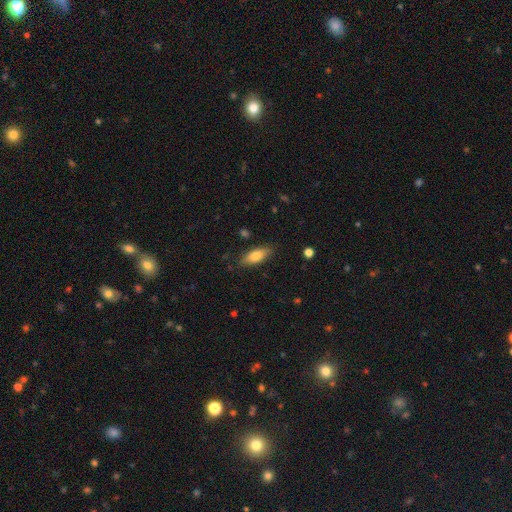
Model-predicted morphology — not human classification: Smooth or featured? smooth (76%)
How rounded? in between (73%)
Merging? none (84%)